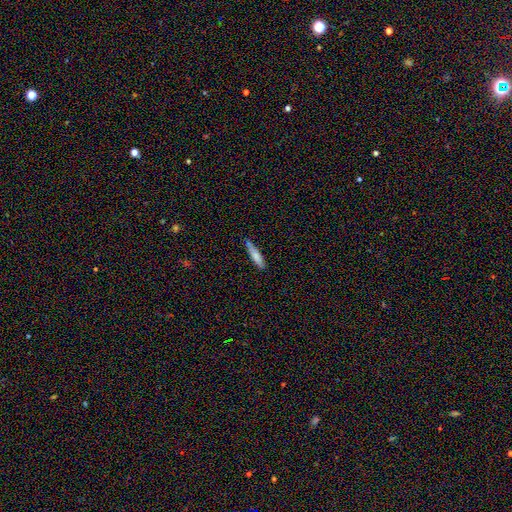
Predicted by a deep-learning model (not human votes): This is likely a smooth galaxy (76%). How rounded: clearly cigar-shaped (81%). Merging: likely none (73%).